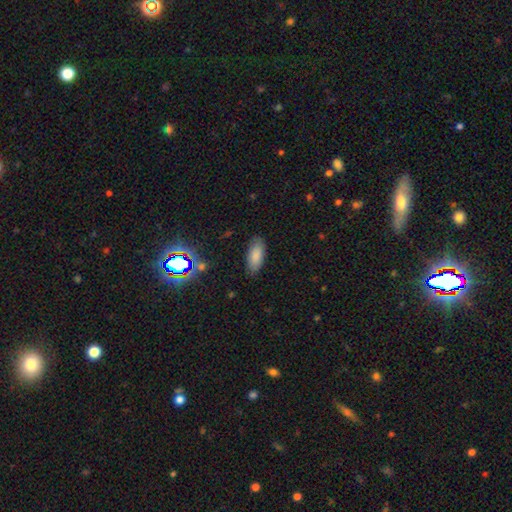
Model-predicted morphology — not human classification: smooth_or_featured: smooth (p=0.84) [alt: star or artifact p=0.09]
how_rounded: in between (p=0.85) [alt: cigar-shaped p=0.13]
merging: none (p=0.85) [alt: minor disturbance p=0.11]